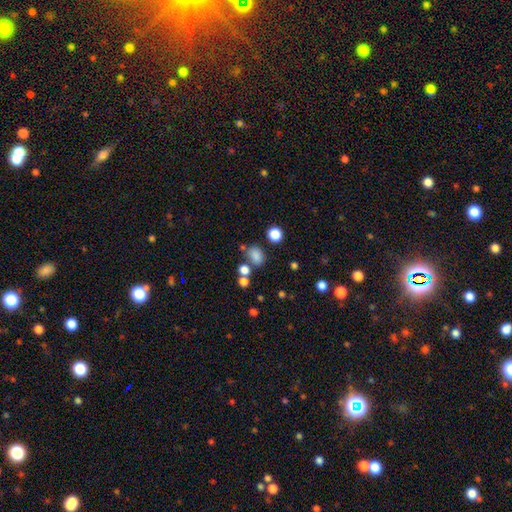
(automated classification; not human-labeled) Overall: smooth (80%). How rounded: in between (69%; round 30%). Merging: none (64%).